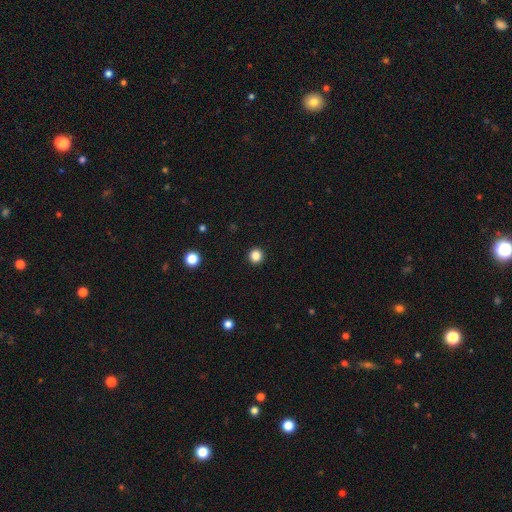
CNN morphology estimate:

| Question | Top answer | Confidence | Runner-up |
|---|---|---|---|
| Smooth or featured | smooth | 85% | star or artifact (12%) |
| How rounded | round | 95% | in between (4%) |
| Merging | none | 93% | minor disturbance (4%) |